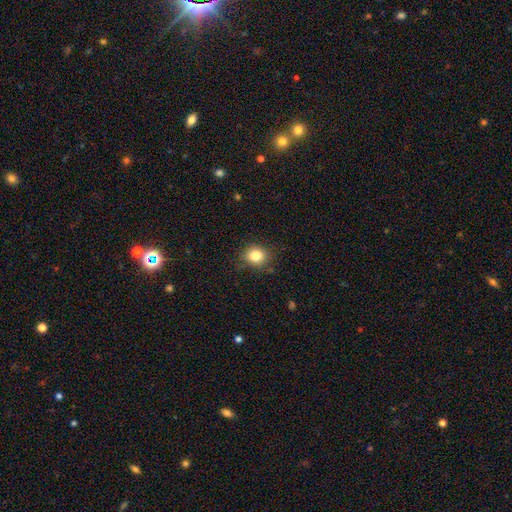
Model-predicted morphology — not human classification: Smooth or featured: smooth — 83% (star or artifact — 11%)
How rounded: round — 65% (in between — 34%)
Merging: none — 79% (minor disturbance — 16%)